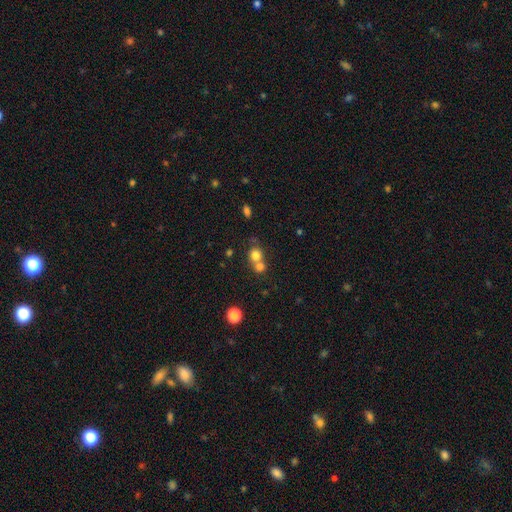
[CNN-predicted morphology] type=smooth (77%); roundness=round (82%); merging=merger (52%).